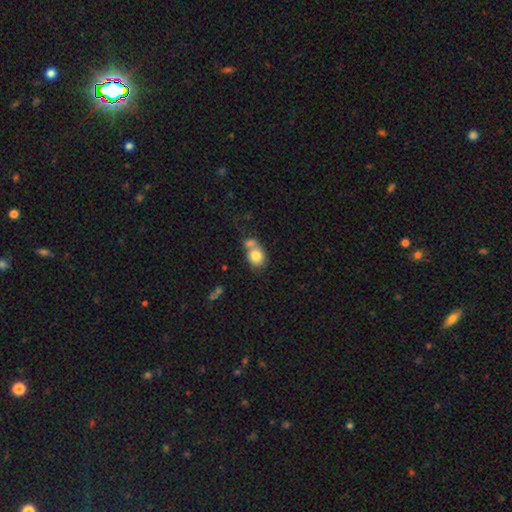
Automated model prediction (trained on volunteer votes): This appears to be a smooth galaxy with no disk features (79%) that is round (60%). Merging: merger (50%).